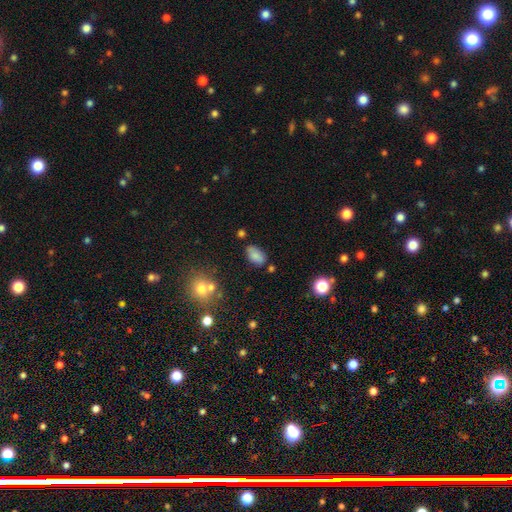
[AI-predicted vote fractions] Overall: smooth (80%). How rounded: in between (92%). Merging: none (74%).